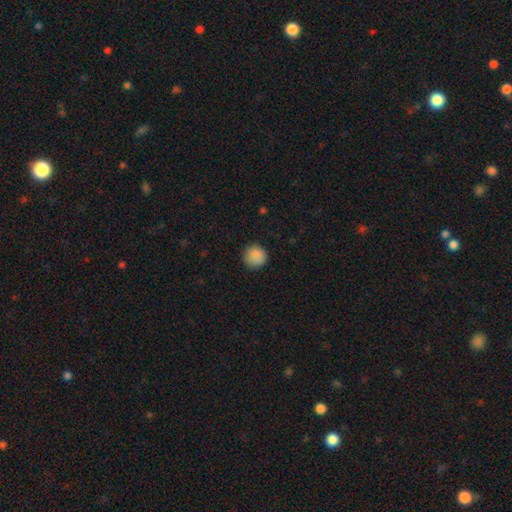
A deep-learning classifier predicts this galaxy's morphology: The model was most divided on "merging": none: 87%, minor disturbance: 10%, major disturbance: 2%, merger: 1%. More confident: how rounded — round (94%); smooth or featured — smooth (88%).